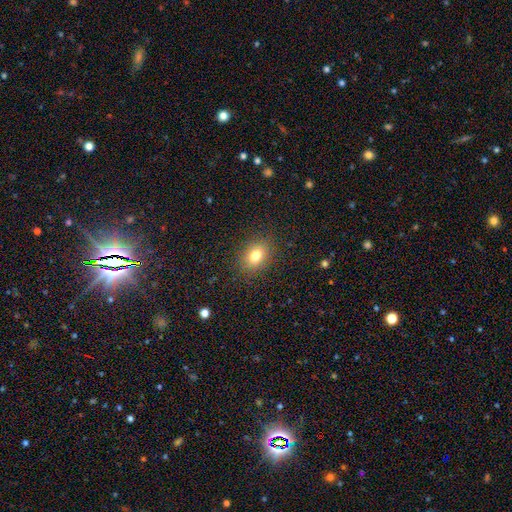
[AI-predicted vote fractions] This is likely a smooth galaxy (79%). How rounded: likely in between (63%). Merging: clearly none (88%).